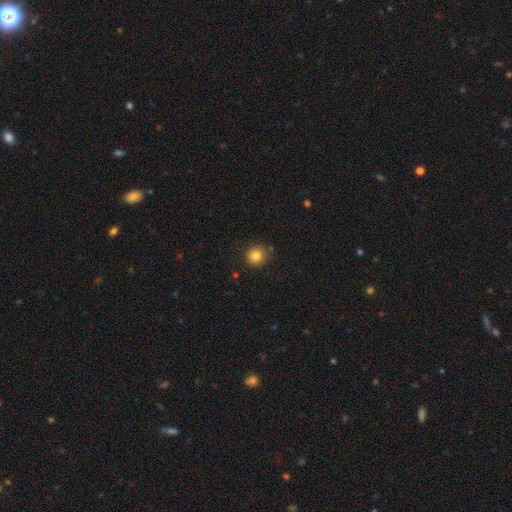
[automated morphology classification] smooth 83%, star or artifact 12%, featured or disk 6%. Down the decision tree: how rounded — round (91%); merging — none (84%).